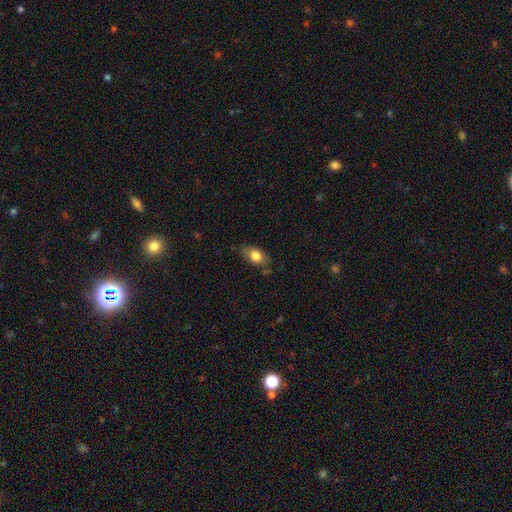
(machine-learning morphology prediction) Overall: smooth (77%). How rounded: in between (84%). Merging: none (70%).